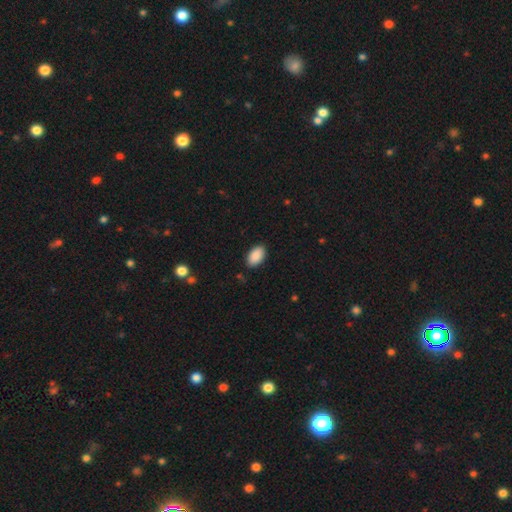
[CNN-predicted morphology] smooth 90%, star or artifact 7%, featured or disk 4%. Down the decision tree: how rounded — in between (94%); merging — none (87%).